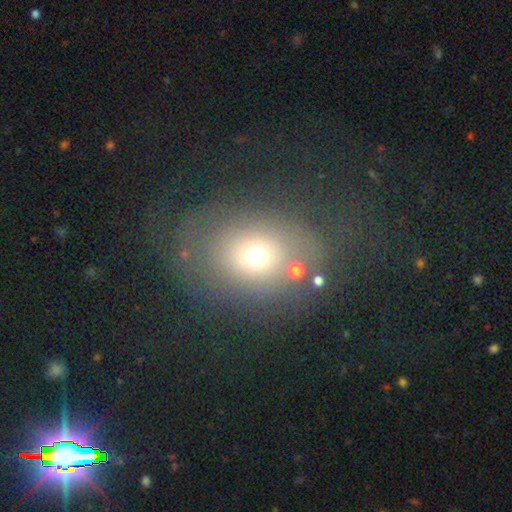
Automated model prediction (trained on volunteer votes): smooth 62%, featured or disk 20%, star or artifact 18%. Down the decision tree: how rounded — round (54%); merging — none (60%).